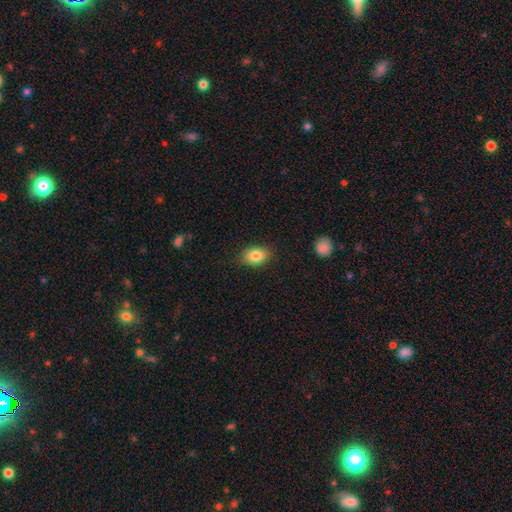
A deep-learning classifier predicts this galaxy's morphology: This appears to be a smooth galaxy with no disk features (83%) that is in between round and cigar-shaped (80%). Merging: none (85%).